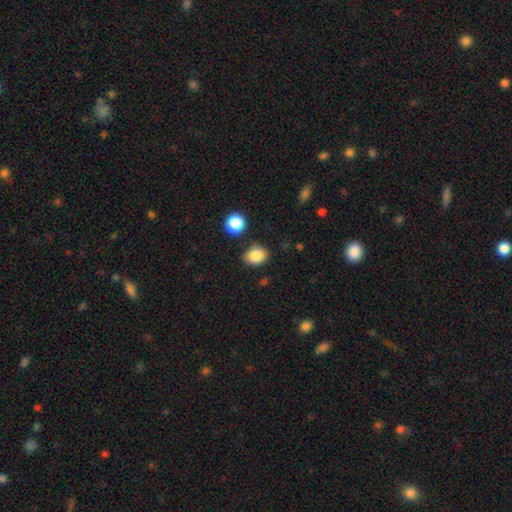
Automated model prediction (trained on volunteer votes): Morphology: type=smooth (86%); roundness=in between (68%); merging=none (80%).